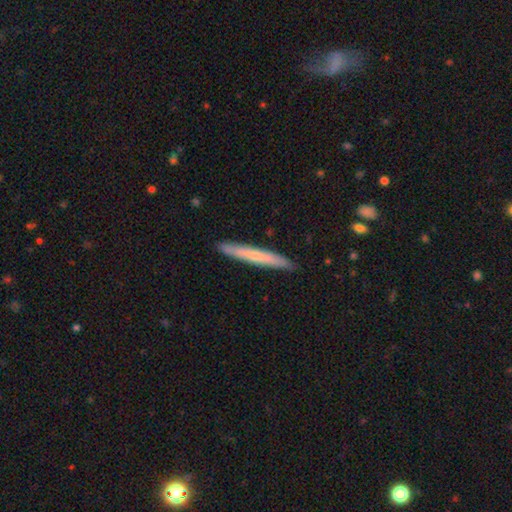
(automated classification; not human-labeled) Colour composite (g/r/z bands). It shows a smooth galaxy with no disk features (59%) that is cigar-shaped (96%). Merging: none (90%).